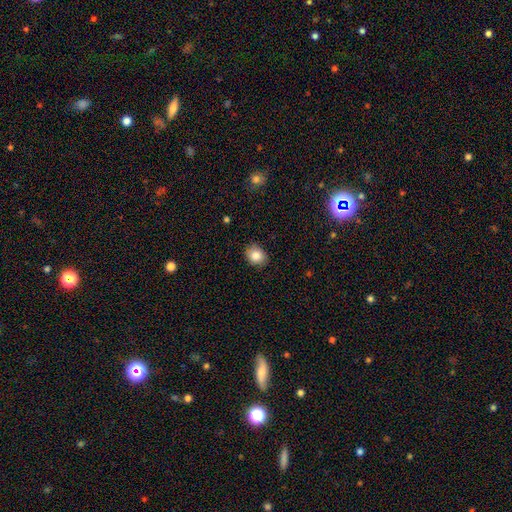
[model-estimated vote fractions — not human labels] The model was most divided on "how rounded": round: 60%, in between: 39%, cigar-shaped: 1%. More confident: merging — none (85%); smooth or featured — smooth (84%).